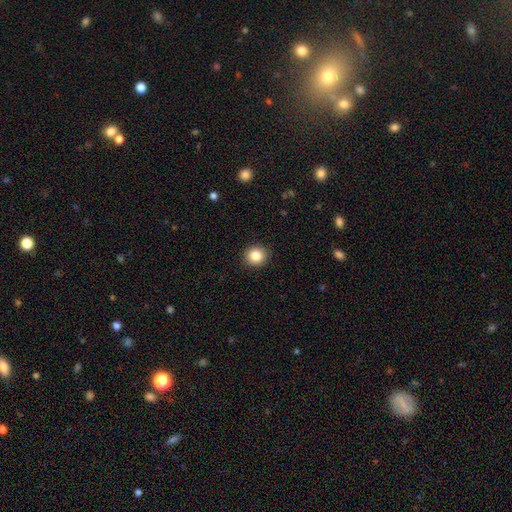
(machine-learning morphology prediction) type=smooth (84%); roundness=round (89%); merging=none (92%).